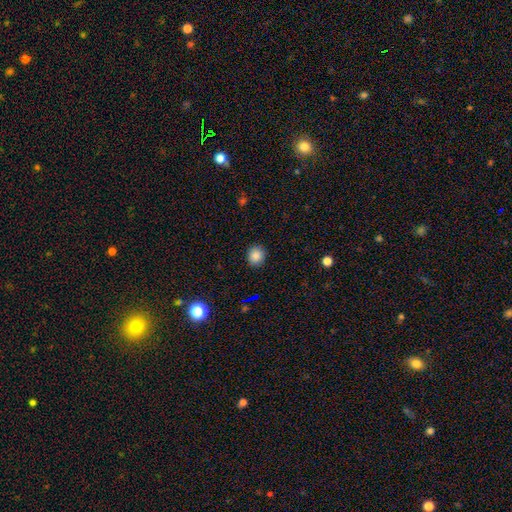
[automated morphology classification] type=smooth (84%); roundness=round (81%); merging=none (90%).